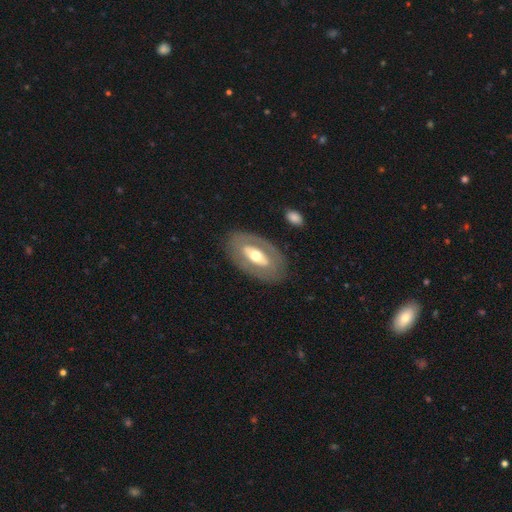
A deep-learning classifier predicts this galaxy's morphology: Smooth or featured? Predicted: featured or disk (p=0.59). Edge-on disk? Predicted: no (p=0.86). Bar? Predicted: no (p=0.55). Spiral arms? Predicted: no (p=0.85). Bulge size? Predicted: moderate (p=0.66). Merging? Predicted: none (p=0.82).